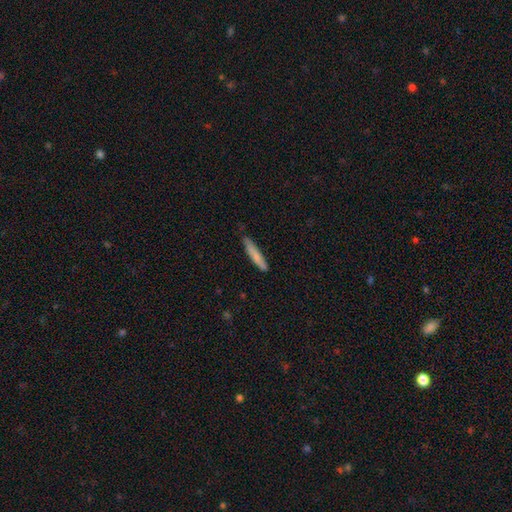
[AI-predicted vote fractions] Smooth or featured? Predicted: smooth (p=0.73). How rounded? Predicted: cigar-shaped (p=0.91). Merging? Predicted: none (p=0.80).